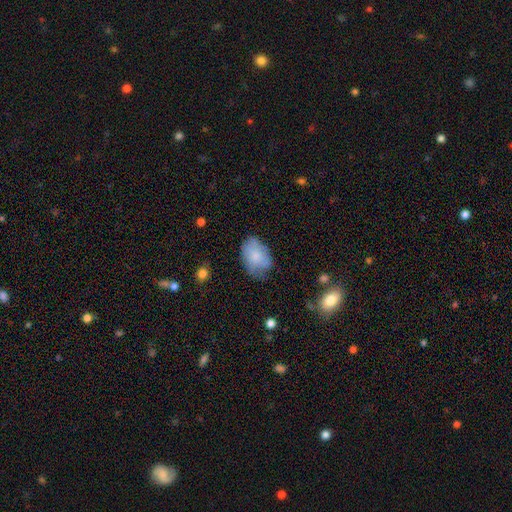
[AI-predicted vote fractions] smooth-or-featured: smooth: 77% | featured or disk: 16% | star or artifact: 7%
  how-rounded: in between: 85% | round: 14% | cigar-shaped: 1%
  merging: none: 56% | minor disturbance: 32% | major disturbance: 10% | merger: 2%